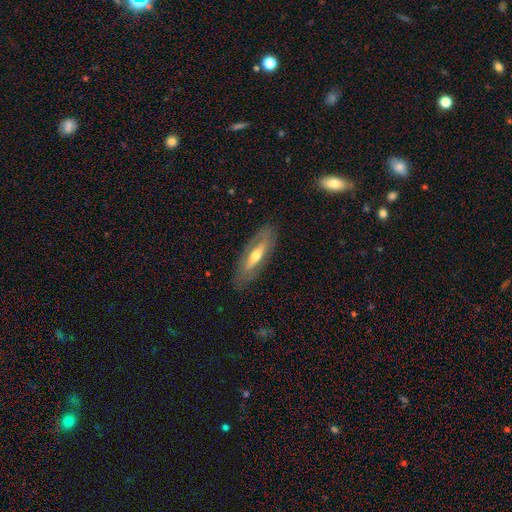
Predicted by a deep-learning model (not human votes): Overall: featured or disk (59%; smooth 35%). Edge-on disk: no (55%; yes 45%). Merging: none (83%).